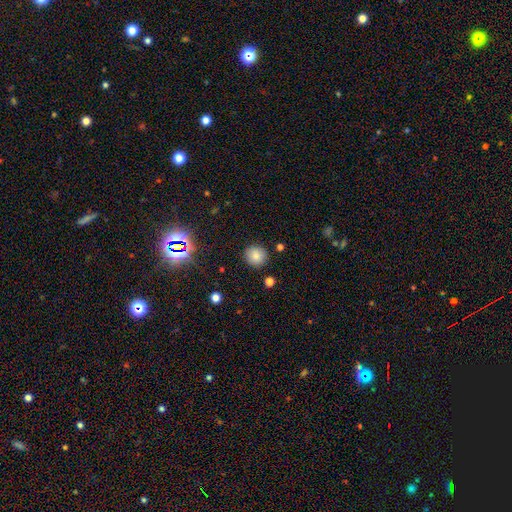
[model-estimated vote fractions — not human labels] A smooth galaxy with no disk features (81%) that is round (91%).

Vote fractions:
- Smooth or featured? smooth: 81% / star or artifact: 13% / featured or disk: 6%
- How rounded? round: 91% / in between: 8% / cigar-shaped: 1%
- Merging? none: 89% / minor disturbance: 7% / major disturbance: 2% / merger: 2%